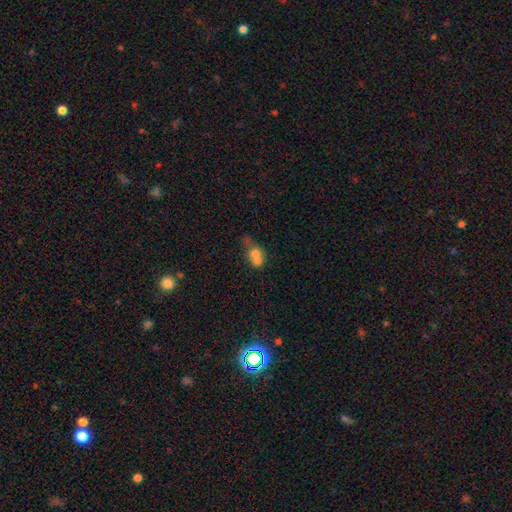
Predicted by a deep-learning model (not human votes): smooth 65%, featured or disk 24%, star or artifact 11%. Down the decision tree: how rounded — round (49%); merging — merger (61%).